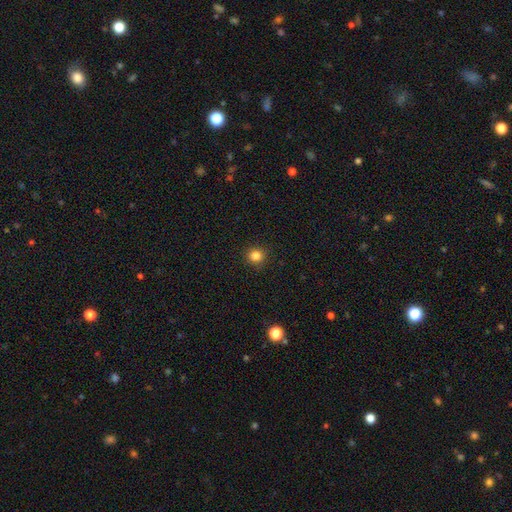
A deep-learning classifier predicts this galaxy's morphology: smooth 84%, star or artifact 12%, featured or disk 4%. Down the decision tree: how rounded — round (93%); merging — none (91%).